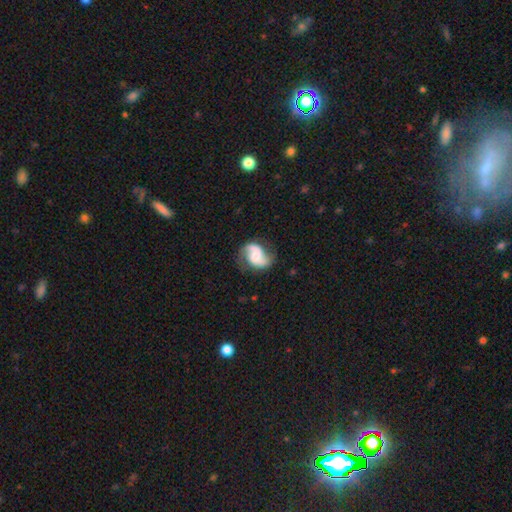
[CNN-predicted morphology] The model was most divided on "spiral winding" (2-way tie): medium: 42%, loose: 42%, tight: 16%. Remaining: edge-on disk — no (98%); spiral arms — yes (93%); spiral arm count — 2 (88%); smooth or featured — featured or disk (74%); merging — none (66%); bar — no (51%); bulge size — moderate (40%).